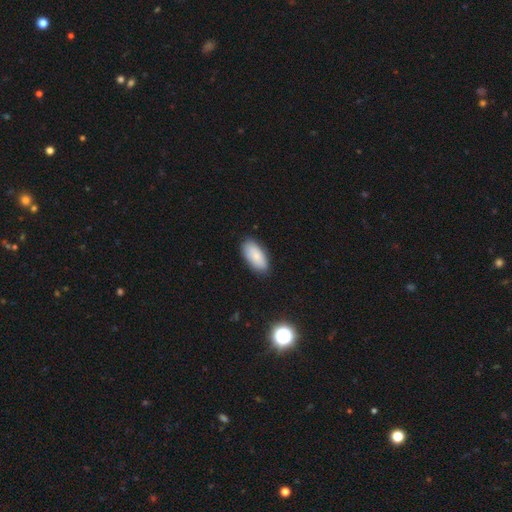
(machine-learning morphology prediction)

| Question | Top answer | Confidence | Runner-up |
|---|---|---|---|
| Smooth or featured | smooth | 85% | featured or disk (8%) |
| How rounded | in between | 92% | cigar-shaped (6%) |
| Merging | none | 84% | minor disturbance (12%) |